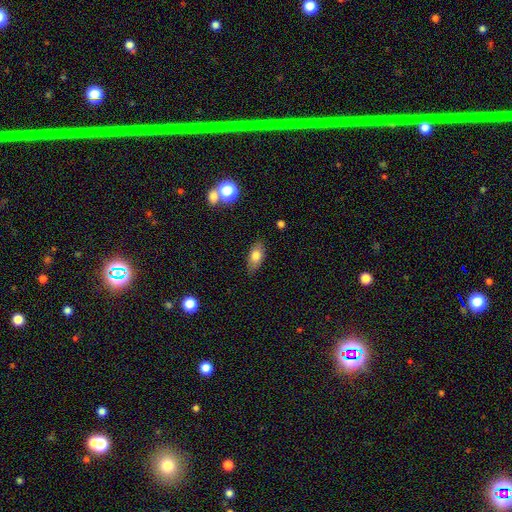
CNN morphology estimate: Overall: smooth (76%). How rounded: in between (83%). Merging: none (83%).